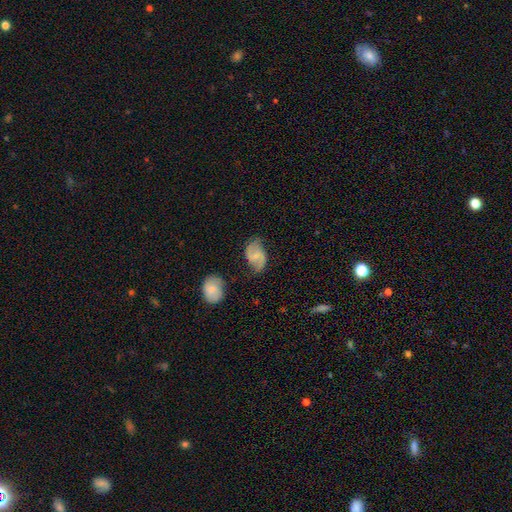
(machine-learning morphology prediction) Q: Smooth or featured?
A: featured or disk (63%); runner-up: smooth (29%)
Q: Edge-on disk?
A: no (97%); runner-up: yes (3%)
Q: Bar?
A: weak (50%); runner-up: no (36%)
Q: Spiral arms?
A: yes (91%); runner-up: no (9%)
Q: Spiral winding?
A: loose (48%); runner-up: medium (39%)
Q: Spiral arm count?
A: 2 (89%); runner-up: can't tell (6%)
Q: Bulge size?
A: small (55%); runner-up: moderate (22%)
Q: Merging?
A: none (63%); runner-up: minor disturbance (24%)